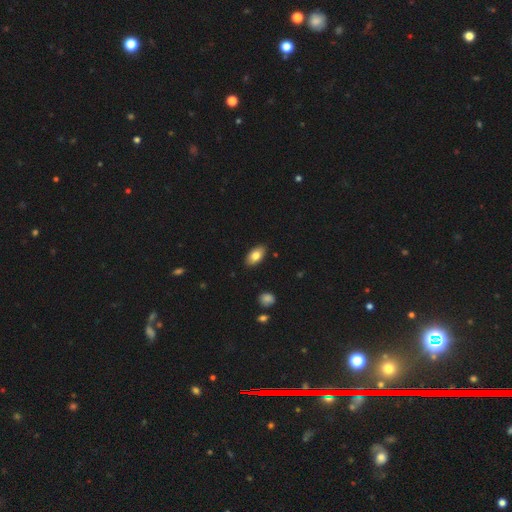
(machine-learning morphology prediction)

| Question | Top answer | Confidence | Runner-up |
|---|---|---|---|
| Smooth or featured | smooth | 81% | featured or disk (12%) |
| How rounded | in between | 93% | round (4%) |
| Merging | none | 88% | minor disturbance (9%) |